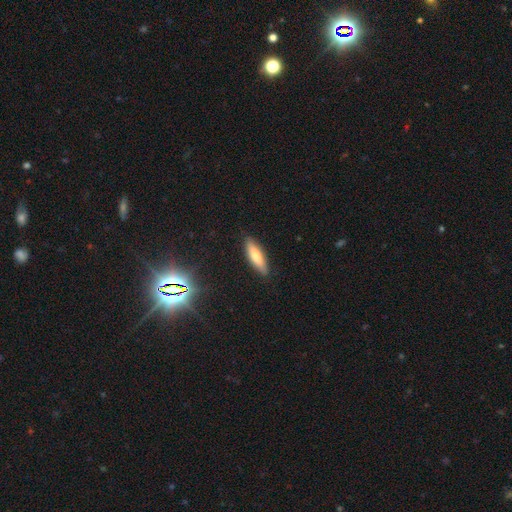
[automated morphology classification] Smooth or featured?
  - smooth: 69% *
  - featured or disk: 24%
  - star or artifact: 7%
How rounded?
  - cigar-shaped: 54% *
  - in between: 44%
  - round: 2%
Merging?
  - none: 87% *
  - minor disturbance: 10%
  - major disturbance: 2%
  - merger: 1%